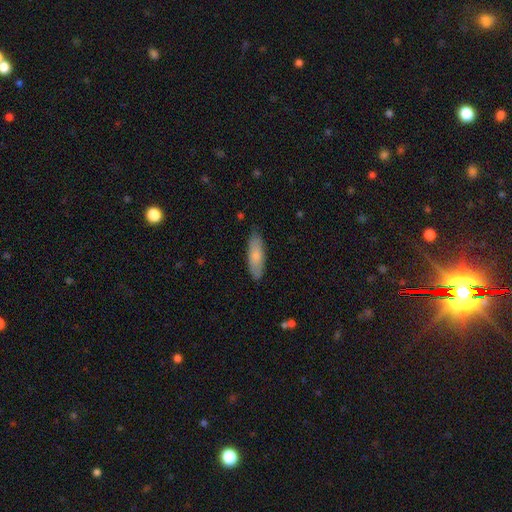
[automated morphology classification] type=smooth (78%); roundness=in between (50%); merging=none (82%).